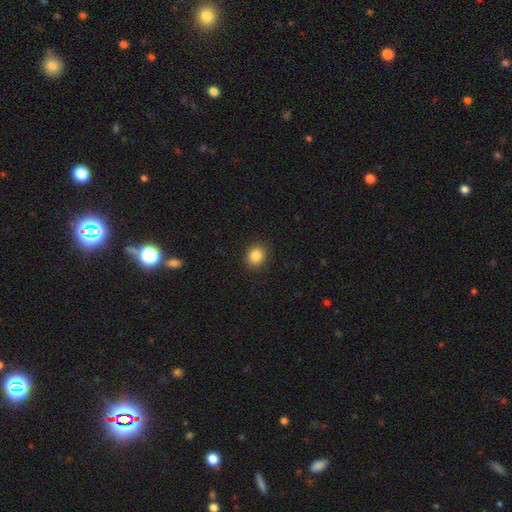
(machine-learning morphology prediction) Smooth or featured?
  - smooth: 85% *
  - star or artifact: 10%
  - featured or disk: 5%
How rounded?
  - round: 73% *
  - in between: 26%
  - cigar-shaped: 1%
Merging?
  - none: 90% *
  - minor disturbance: 7%
  - major disturbance: 2%
  - merger: 1%